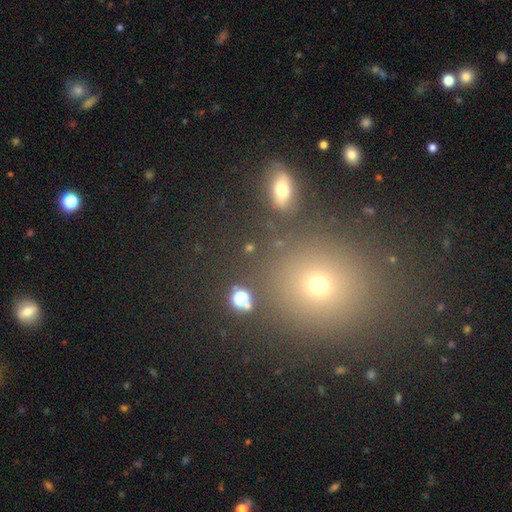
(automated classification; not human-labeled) Morphology: type=smooth (56%); roundness=round (74%); merging=none (82%).